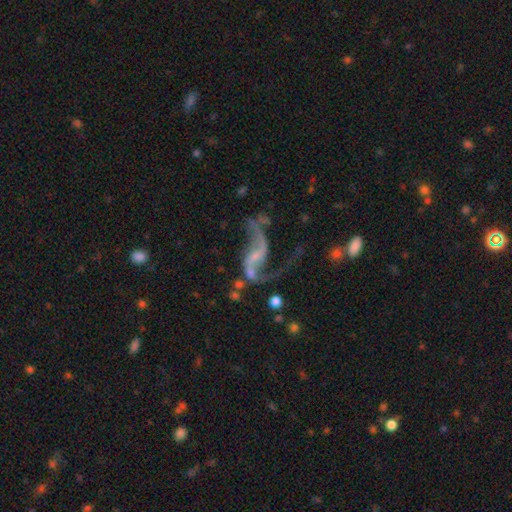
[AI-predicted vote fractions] Smooth or featured? featured or disk (83%)
Edge-on disk? no (95%)
Bar? weak (41%)
Spiral arms? yes (90%)
Spiral winding? loose (83%)
Spiral arm count? 2 (86%)
Bulge size? small (53%)
Merging? none (42%)